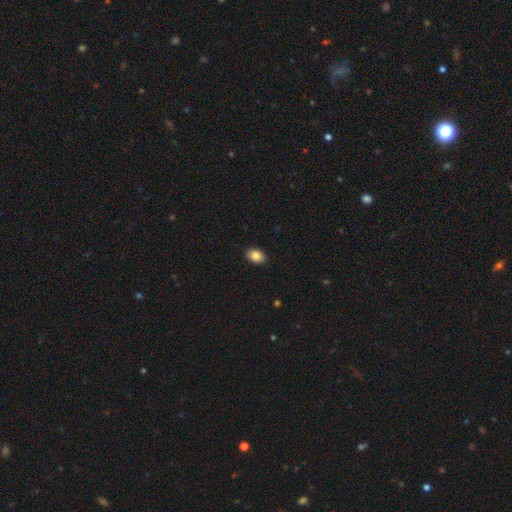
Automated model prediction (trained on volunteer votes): Q: Smooth or featured?
A: smooth (87%); runner-up: star or artifact (8%)
Q: How rounded?
A: in between (81%); runner-up: round (18%)
Q: Merging?
A: none (90%); runner-up: minor disturbance (7%)